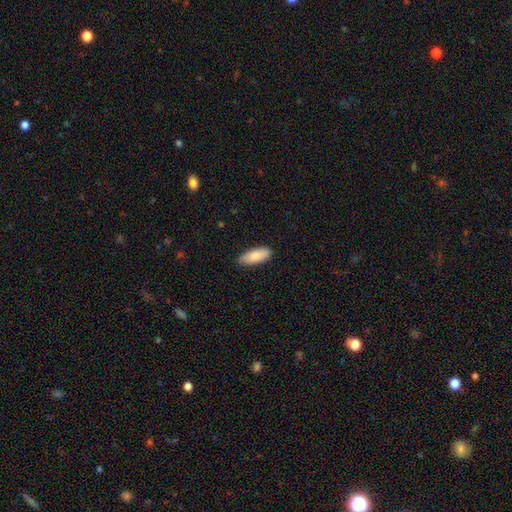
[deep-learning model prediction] Smooth or featured? Predicted: smooth (p=0.85). How rounded? Predicted: in between (p=0.77). Merging? Predicted: none (p=0.85).